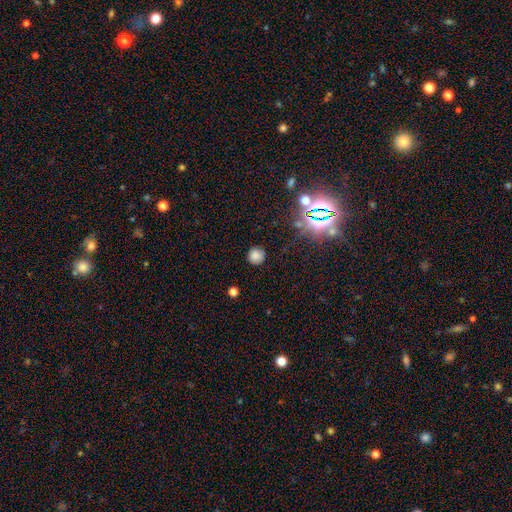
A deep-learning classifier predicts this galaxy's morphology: A smooth galaxy with no disk features (74%) that is round (92%). Merging: none (85%).